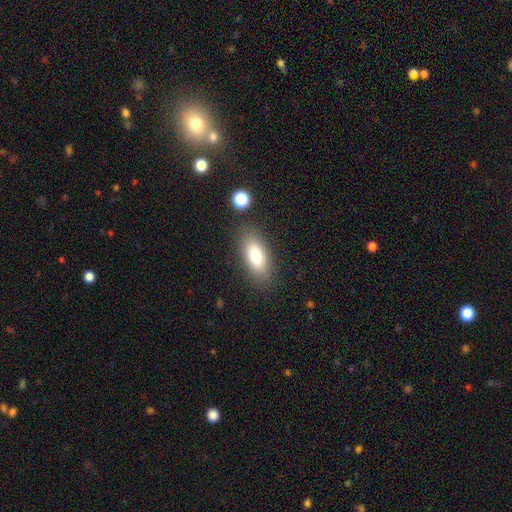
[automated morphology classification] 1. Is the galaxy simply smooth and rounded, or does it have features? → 77% smooth, 14% featured or disk, 8% star or artifact.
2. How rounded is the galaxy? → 84% in between, 13% cigar-shaped, 4% round.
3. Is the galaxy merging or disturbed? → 83% none, 10% minor disturbance, 4% major disturbance, 3% merger.